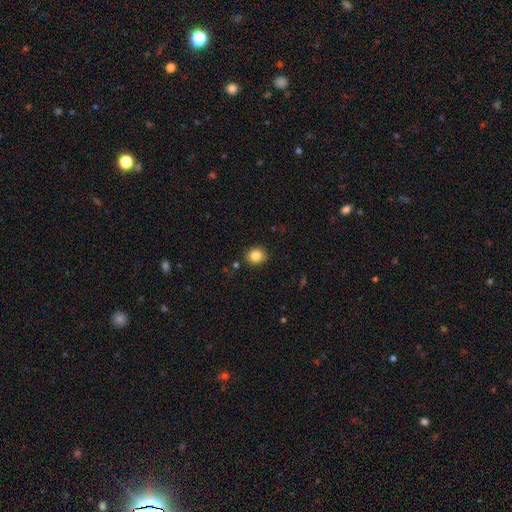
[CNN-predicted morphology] smooth_or_featured: smooth (p=0.84) [alt: star or artifact p=0.10]
how_rounded: round (p=0.75) [alt: in between p=0.24]
merging: none (p=0.87) [alt: minor disturbance p=0.09]